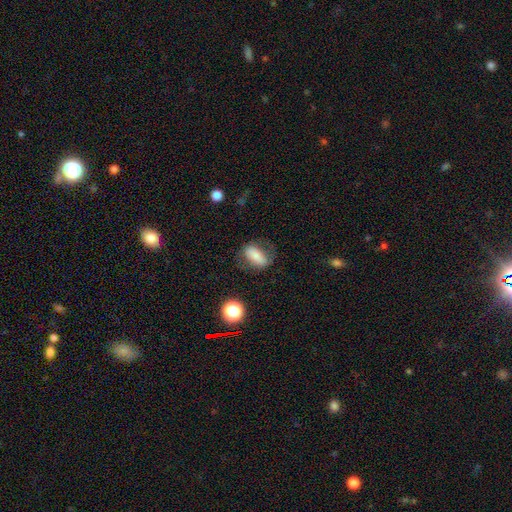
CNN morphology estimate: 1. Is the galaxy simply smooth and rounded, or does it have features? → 70% smooth, 21% featured or disk, 9% star or artifact.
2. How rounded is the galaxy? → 85% in between, 8% round, 7% cigar-shaped.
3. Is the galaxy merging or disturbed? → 64% none, 21% minor disturbance, 13% major disturbance, 2% merger.